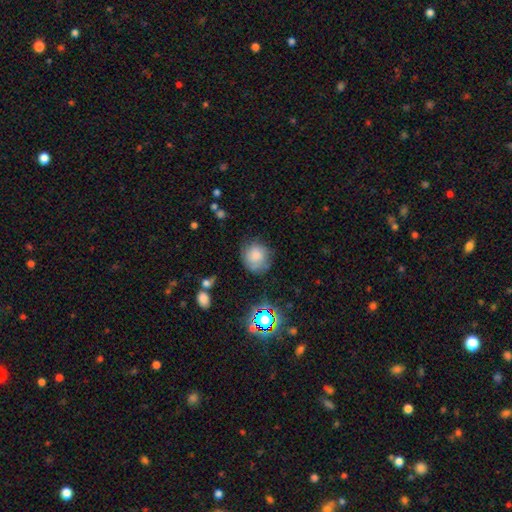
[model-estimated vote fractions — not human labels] Smooth or featured?
  - smooth: 78% *
  - star or artifact: 12%
  - featured or disk: 10%
How rounded?
  - round: 86% *
  - in between: 13%
  - cigar-shaped: 1%
Merging?
  - none: 69% *
  - minor disturbance: 21%
  - major disturbance: 7%
  - merger: 3%